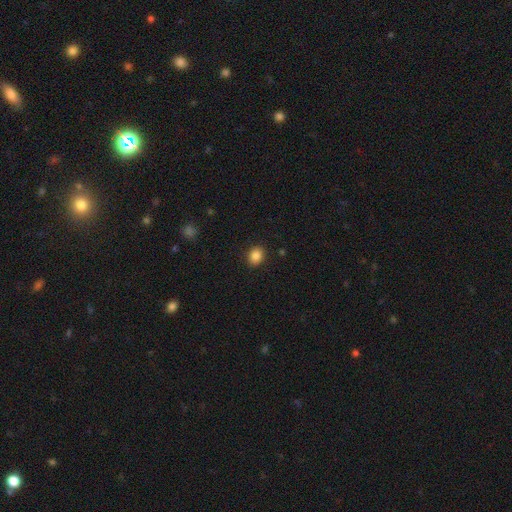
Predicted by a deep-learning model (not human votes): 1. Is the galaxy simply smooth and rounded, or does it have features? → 86% smooth, 10% star or artifact, 4% featured or disk.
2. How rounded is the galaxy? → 53% round, 46% in between, 1% cigar-shaped.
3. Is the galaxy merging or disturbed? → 89% none, 8% minor disturbance, 2% major disturbance, 1% merger.